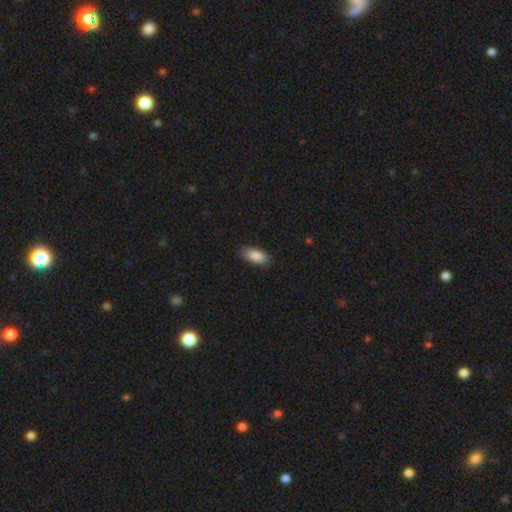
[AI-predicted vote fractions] This is clearly a smooth galaxy (87%). How rounded: clearly in between (87%). Merging: clearly none (82%).